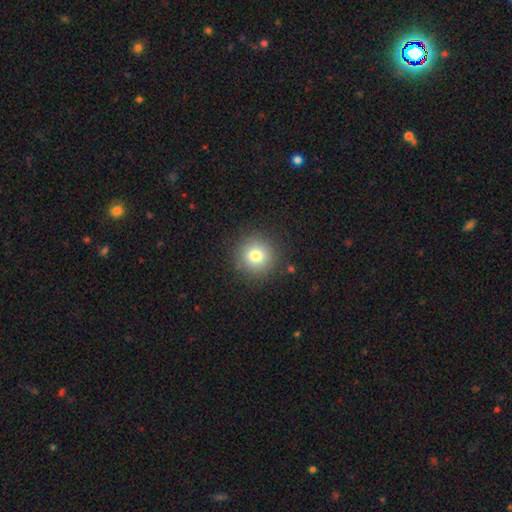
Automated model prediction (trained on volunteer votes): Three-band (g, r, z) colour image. It shows a smooth galaxy with no disk features (79%) that is round (94%). Merging: none (89%).